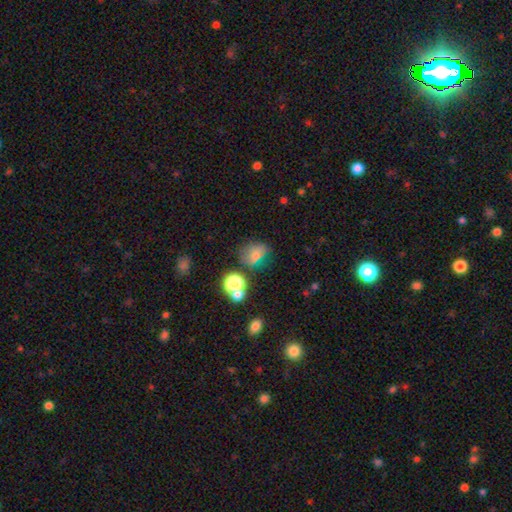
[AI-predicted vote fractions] smooth 68%, star or artifact 19%, featured or disk 14%. Down the decision tree: how rounded — in between (56%); merging — none (56%).